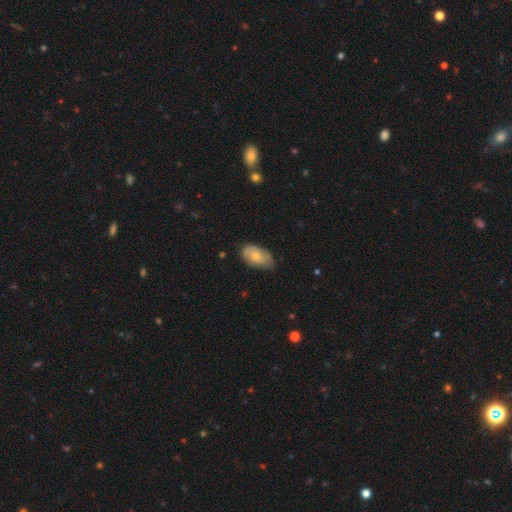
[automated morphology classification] Smooth or featured? smooth (56%)
How rounded? in between (91%)
Merging? none (65%)